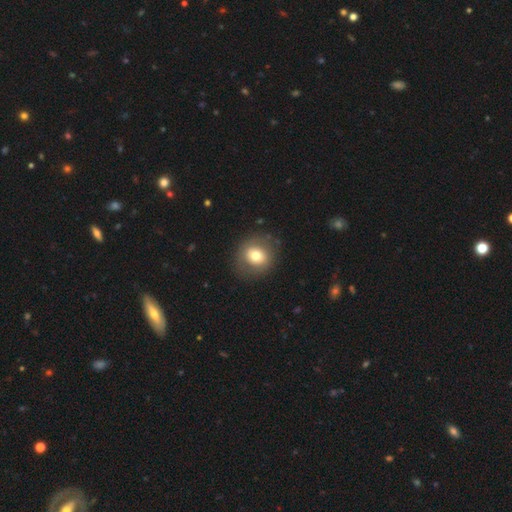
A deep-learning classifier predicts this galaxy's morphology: Smooth or featured?
  - smooth: 71% *
  - featured or disk: 20%
  - star or artifact: 9%
How rounded?
  - round: 82% *
  - in between: 17%
  - cigar-shaped: 1%
Merging?
  - none: 84% *
  - minor disturbance: 10%
  - major disturbance: 5%
  - merger: 1%